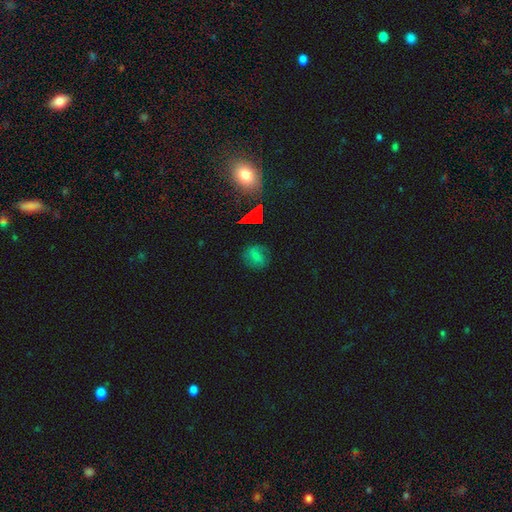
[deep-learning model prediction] This is possibly a smooth galaxy (55%). How rounded: likely round (66%). Merging: likely none (72%).